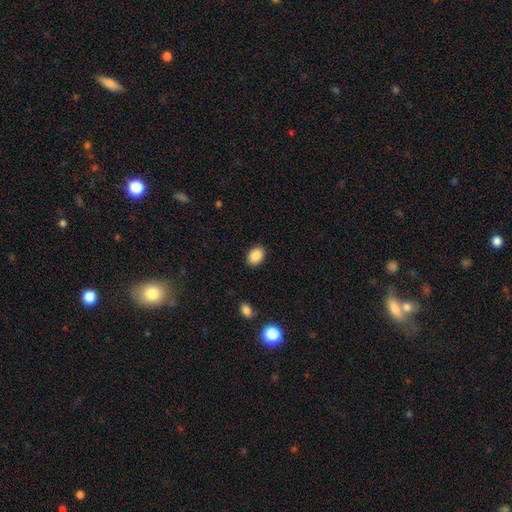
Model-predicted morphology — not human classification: Overall: smooth (88%). How rounded: in between (77%). Merging: none (88%).